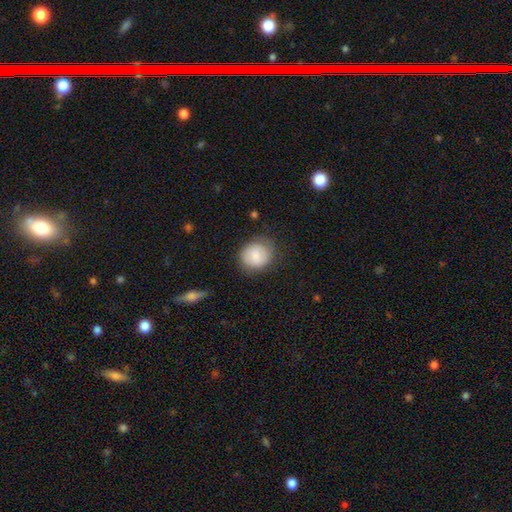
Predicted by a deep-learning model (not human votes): The model was most divided on "merging": none: 74%, minor disturbance: 18%, major disturbance: 6%, merger: 1%. More confident: smooth or featured — smooth (82%); how rounded — round (78%).